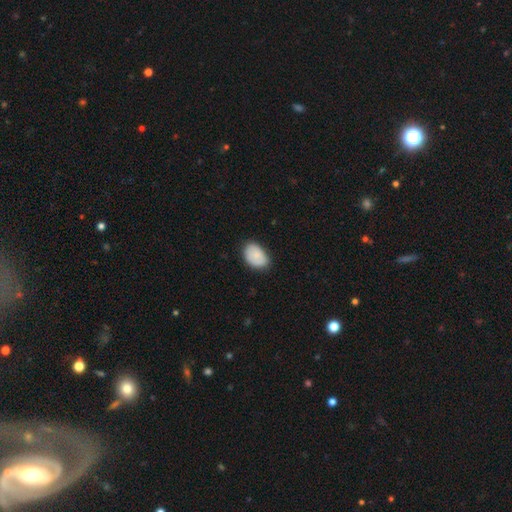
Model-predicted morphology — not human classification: Smooth or featured? Predicted: smooth (p=0.84). How rounded? Predicted: in between (p=0.85). Merging? Predicted: none (p=0.72).